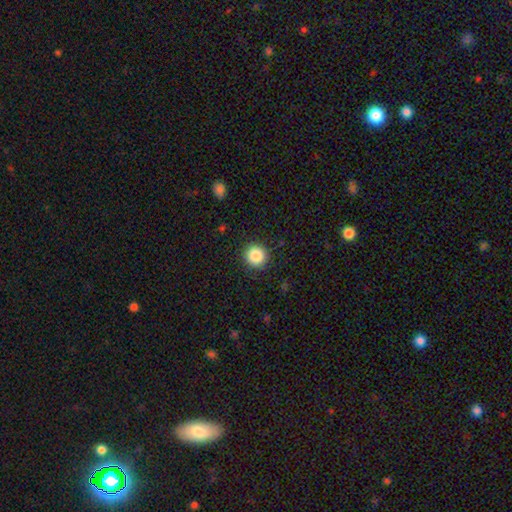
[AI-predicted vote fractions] Smooth or featured? Predicted: smooth (p=0.87). How rounded? Predicted: round (p=0.94). Merging? Predicted: none (p=0.90).